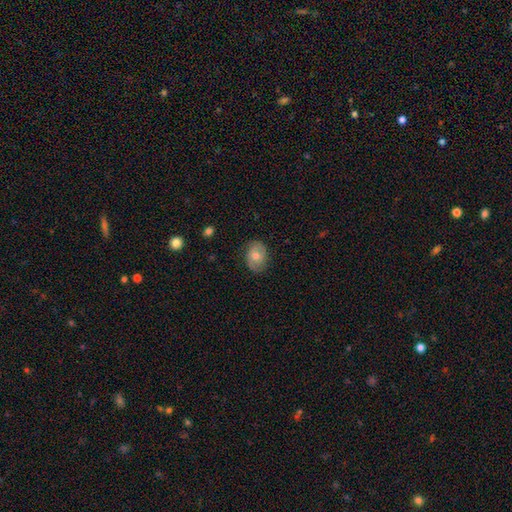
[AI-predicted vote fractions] smooth_or_featured: smooth (p=0.54) [alt: featured or disk p=0.38]
how_rounded: in between (p=0.69) [alt: round p=0.30]
merging: none (p=0.81) [alt: minor disturbance p=0.15]